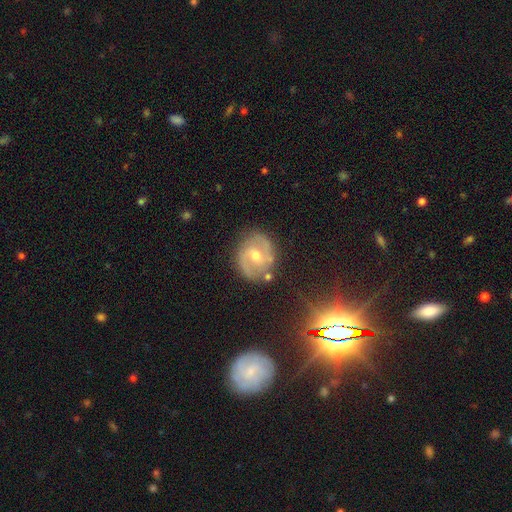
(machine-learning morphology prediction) Smooth or featured? Predicted: featured or disk (p=0.78). Edge-on disk? Predicted: no (p=0.97). Bar? Predicted: weak (p=0.52). Spiral arms? Predicted: yes (p=0.89). Spiral winding? Predicted: medium (p=0.52). Spiral arm count? Predicted: 2 (p=0.87). Bulge size? Predicted: moderate (p=0.68). Merging? Predicted: none (p=0.80).